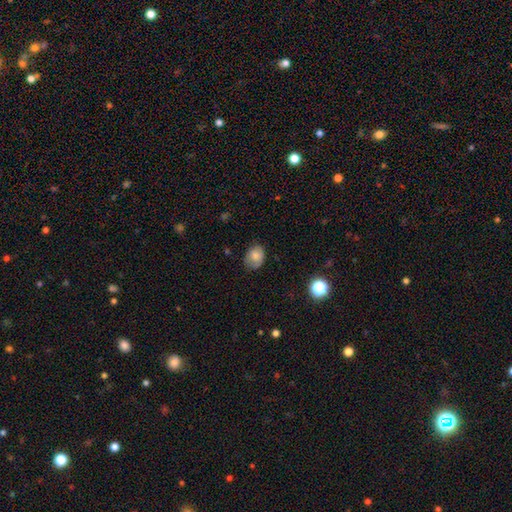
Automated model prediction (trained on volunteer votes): smooth_or_featured: smooth (p=0.77) [alt: featured or disk p=0.14]
how_rounded: in between (p=0.60) [alt: round p=0.39]
merging: none (p=0.66) [alt: minor disturbance p=0.26]